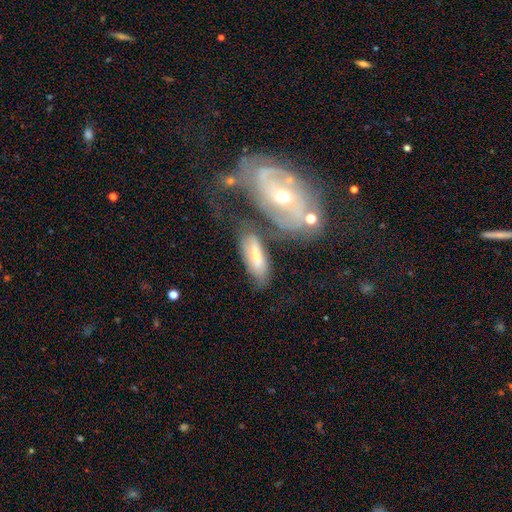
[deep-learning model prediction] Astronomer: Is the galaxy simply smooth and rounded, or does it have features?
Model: smooth — 54% (runner-up: featured or disk, 38%).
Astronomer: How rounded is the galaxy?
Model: in between — 70%.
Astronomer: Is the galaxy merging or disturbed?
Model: none — 54%.